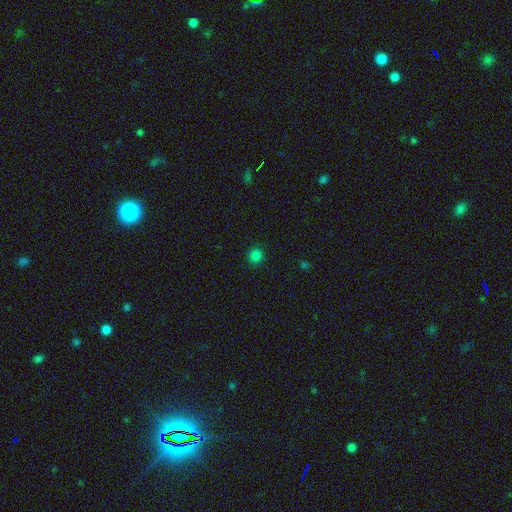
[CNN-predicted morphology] type=smooth (81%); roundness=round (87%); merging=none (91%).